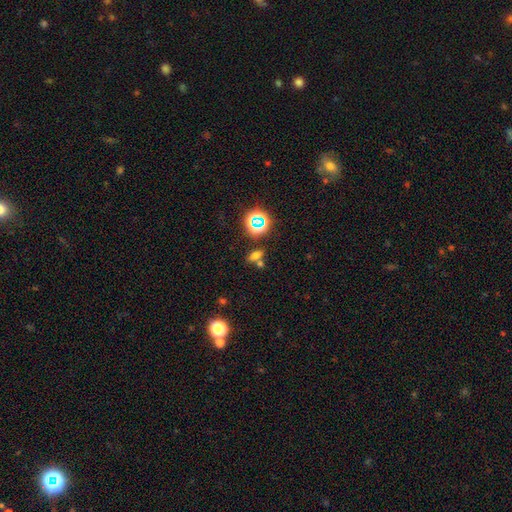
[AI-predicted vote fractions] Smooth or featured? Predicted: smooth (p=0.58). How rounded? Predicted: in between (p=0.65). Merging? Predicted: none (p=0.56).